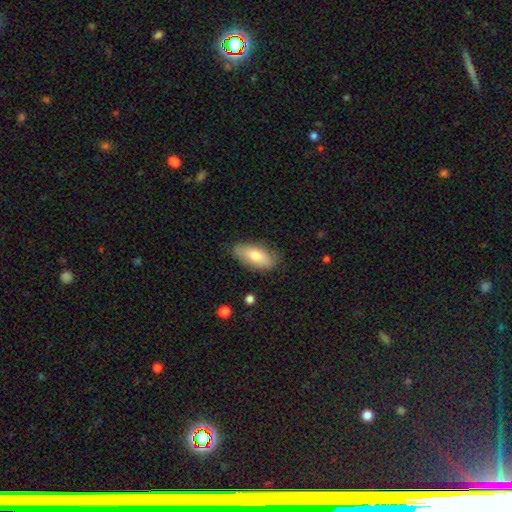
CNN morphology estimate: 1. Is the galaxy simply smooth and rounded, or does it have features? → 72% smooth, 22% featured or disk, 6% star or artifact.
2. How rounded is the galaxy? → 88% in between, 9% cigar-shaped, 3% round.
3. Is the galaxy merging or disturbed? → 78% none, 17% minor disturbance, 3% major disturbance, 1% merger.